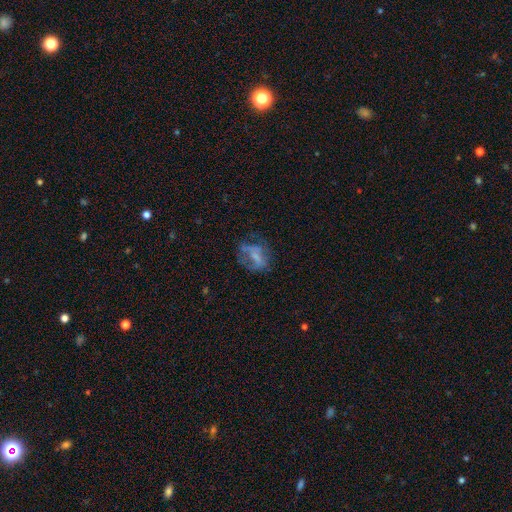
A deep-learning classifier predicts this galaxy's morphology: This is possibly a featured or disk galaxy (46%). Merging: marginally none (43%).